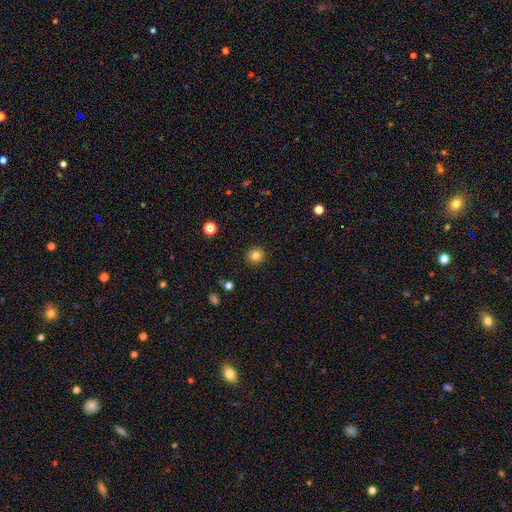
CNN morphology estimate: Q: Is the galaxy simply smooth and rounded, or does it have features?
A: smooth — 81%.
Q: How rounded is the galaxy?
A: round — 94%.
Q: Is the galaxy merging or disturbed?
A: none — 92%.